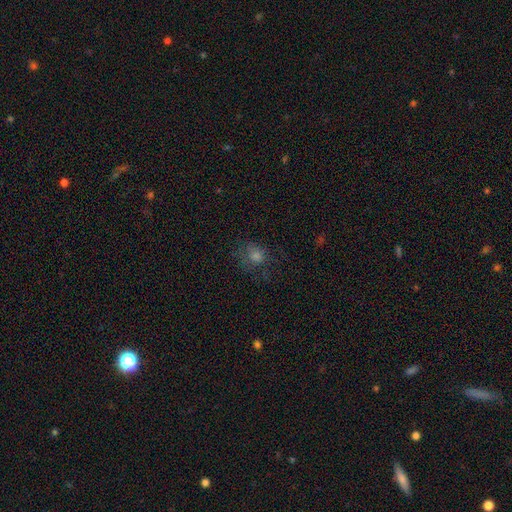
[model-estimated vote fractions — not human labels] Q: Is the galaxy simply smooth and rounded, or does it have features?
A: smooth — 58%.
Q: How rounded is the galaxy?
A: round — 74%.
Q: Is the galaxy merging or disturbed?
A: none — 65%.